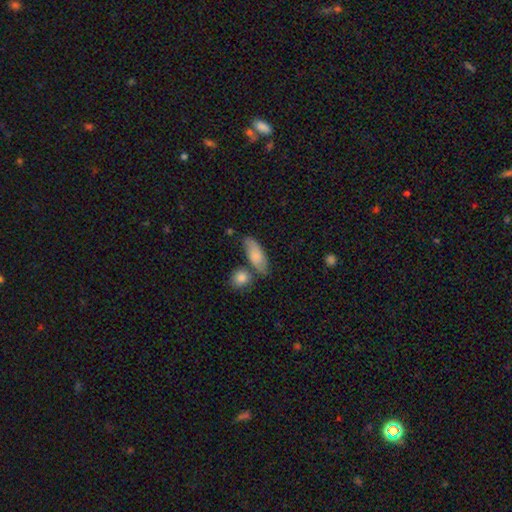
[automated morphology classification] Smooth or featured? Predicted: smooth (p=0.79). How rounded? Predicted: in between (p=0.79). Merging? Predicted: none (p=0.62).